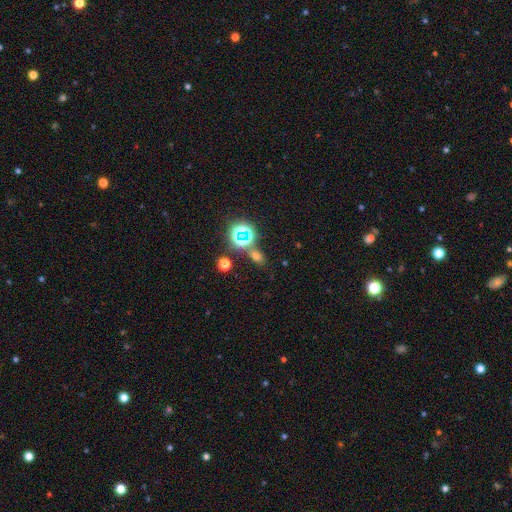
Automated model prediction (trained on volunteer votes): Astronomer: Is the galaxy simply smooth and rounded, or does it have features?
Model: smooth — 53% (runner-up: star or artifact, 38%).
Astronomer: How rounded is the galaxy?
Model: in between — 65%.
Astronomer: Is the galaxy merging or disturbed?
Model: none — 74%.